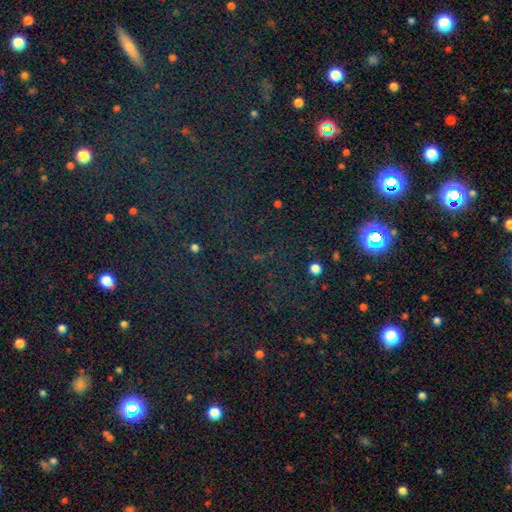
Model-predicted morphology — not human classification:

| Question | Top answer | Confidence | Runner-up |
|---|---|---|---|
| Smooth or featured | star or artifact | 73% | smooth (18%) |